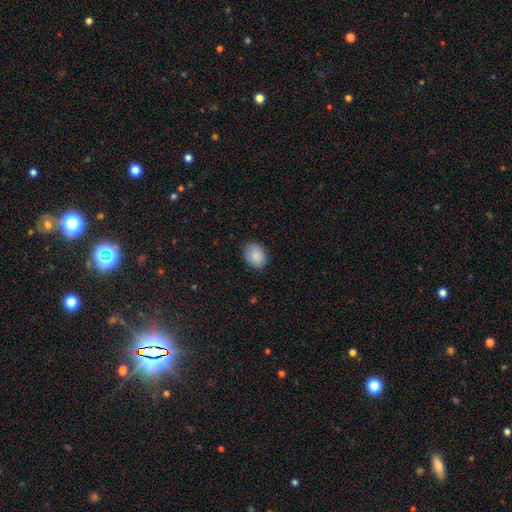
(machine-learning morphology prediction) Overall: smooth (88%). How rounded: in between (66%; round 33%). Merging: none (85%).